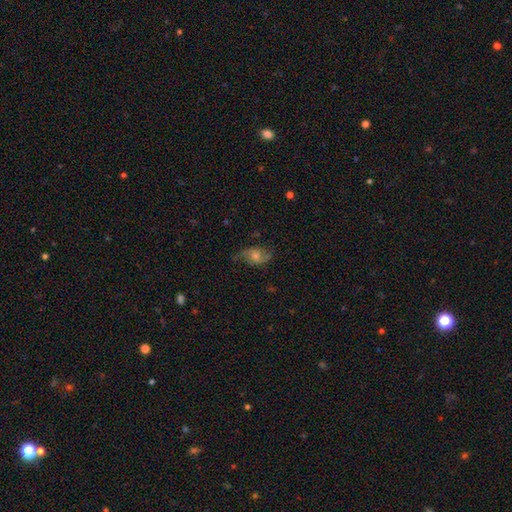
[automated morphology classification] smooth_or_featured: featured or disk (p=0.67) [alt: smooth p=0.21]
disk_edge_on: no (p=0.94) [alt: yes p=0.06]
bar: no (p=0.67) [alt: weak p=0.27]
has_spiral_arms: yes (p=0.91) [alt: no p=0.09]
spiral_winding: loose (p=0.55) [alt: medium p=0.35]
spiral_arm_count: 2 (p=0.88) [alt: can't tell p=0.06]
bulge_size: moderate (p=0.53) [alt: small p=0.29]
merging: none (p=0.70) [alt: minor disturbance p=0.19]